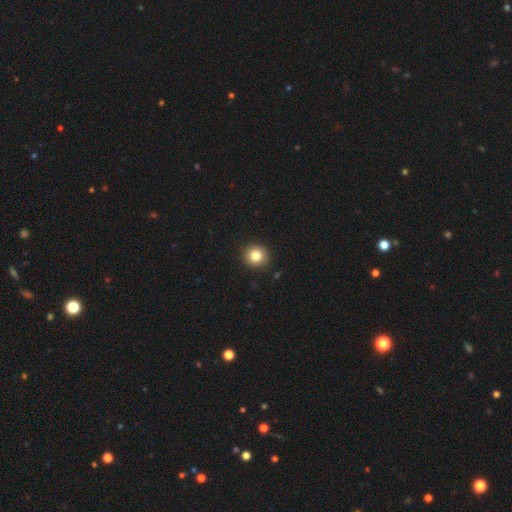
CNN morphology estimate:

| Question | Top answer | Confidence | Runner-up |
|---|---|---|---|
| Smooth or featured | smooth | 83% | star or artifact (11%) |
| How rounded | round | 91% | in between (8%) |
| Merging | none | 92% | minor disturbance (5%) |